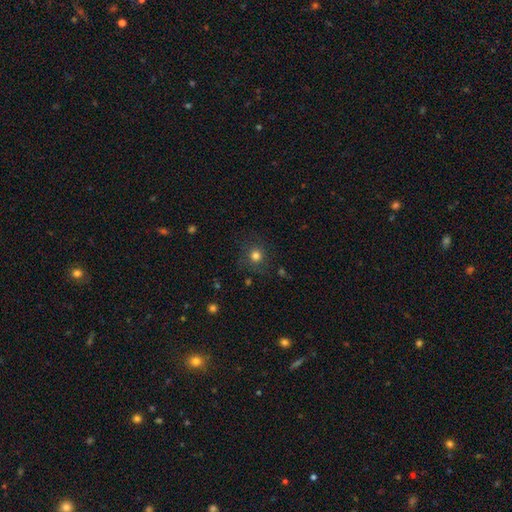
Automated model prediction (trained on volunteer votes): Smooth or featured: smooth — 78% (star or artifact — 15%)
How rounded: round — 91% (in between — 8%)
Merging: none — 84% (minor disturbance — 10%)